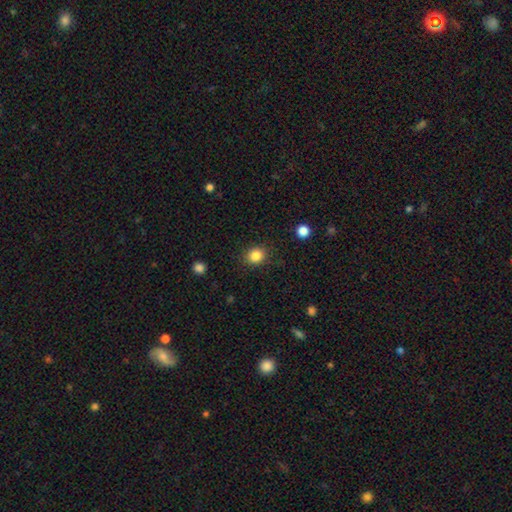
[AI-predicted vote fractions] Smooth or featured? smooth (85%)
How rounded? round (77%)
Merging? none (88%)